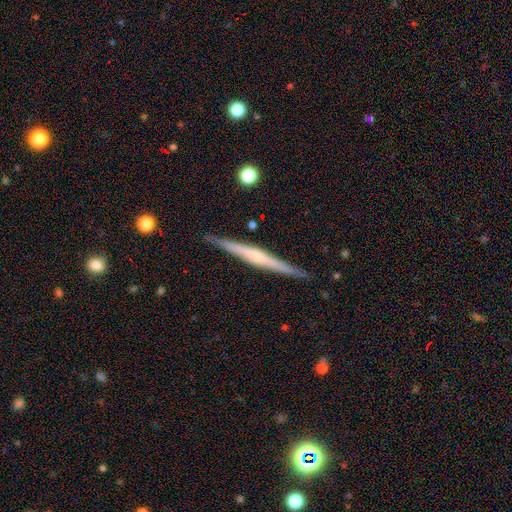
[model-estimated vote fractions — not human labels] featured or disk 71%, smooth 23%, star or artifact 5%. Down the decision tree: edge-on disk — yes (98%); edge-on bulge — rounded (52%); merging — none (90%).